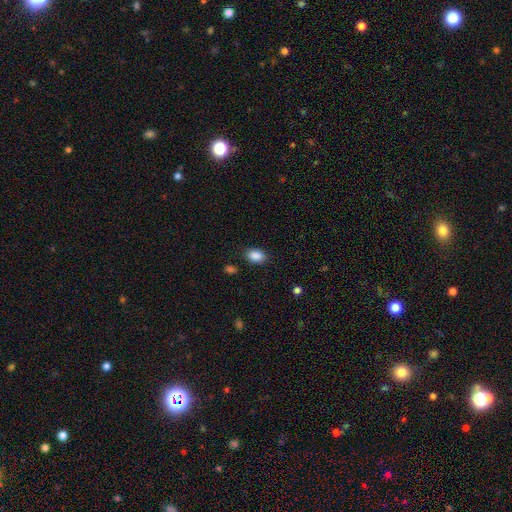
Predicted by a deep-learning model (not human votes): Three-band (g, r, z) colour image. It shows a smooth galaxy with no disk features (88%) that is in between round and cigar-shaped (83%). Merging: none (85%).